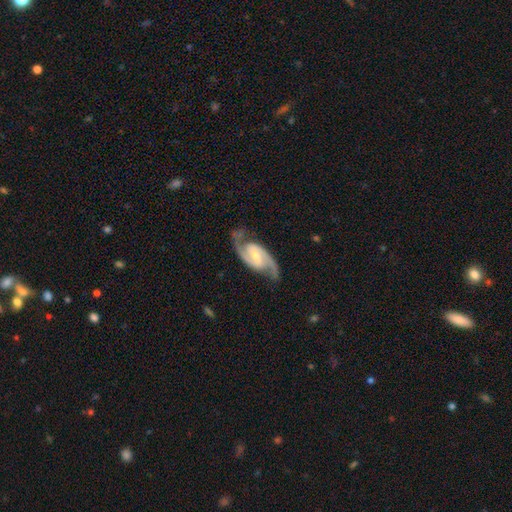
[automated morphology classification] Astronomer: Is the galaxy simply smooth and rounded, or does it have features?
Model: featured or disk — 92%.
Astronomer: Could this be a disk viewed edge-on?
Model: no — 97%.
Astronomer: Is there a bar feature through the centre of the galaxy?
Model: weak — 49% (runner-up: strong, 26%).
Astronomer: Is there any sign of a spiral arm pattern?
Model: yes — 98%.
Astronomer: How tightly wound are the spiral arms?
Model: medium — 59%.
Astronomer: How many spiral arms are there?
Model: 2 — 94%.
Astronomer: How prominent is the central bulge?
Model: small — 54% (runner-up: moderate, 40%).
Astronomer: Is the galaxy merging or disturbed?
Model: none — 80%.